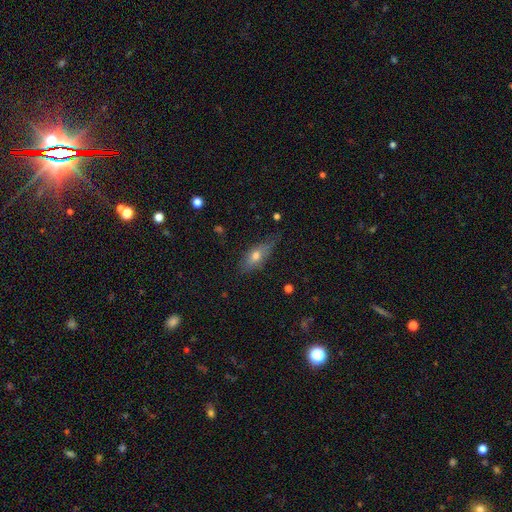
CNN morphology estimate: The model was most divided on "smooth or featured": smooth: 61%, featured or disk: 30%, star or artifact: 9%. More confident: how rounded — in between (67%); merging — none (65%).